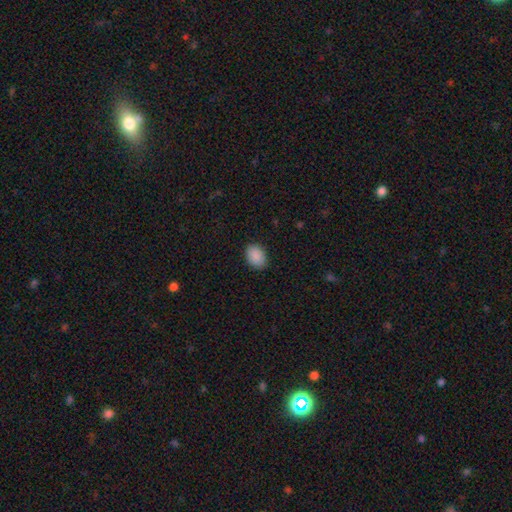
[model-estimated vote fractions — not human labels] Smooth or featured: smooth — 90% (star or artifact — 7%)
How rounded: in between — 72% (round — 27%)
Merging: none — 88% (minor disturbance — 9%)